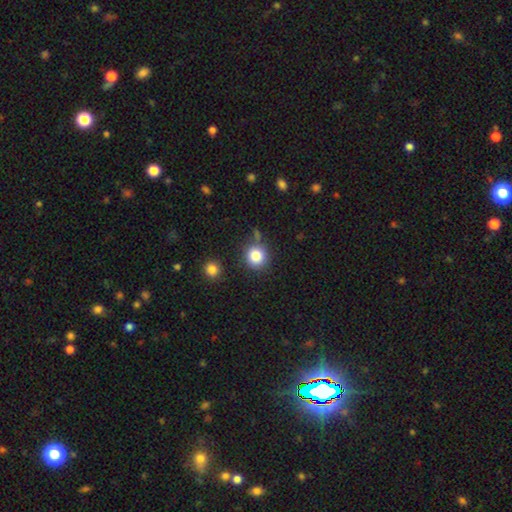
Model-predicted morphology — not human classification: smooth 85%, star or artifact 10%, featured or disk 5%. Down the decision tree: how rounded — round (89%); merging — none (79%).